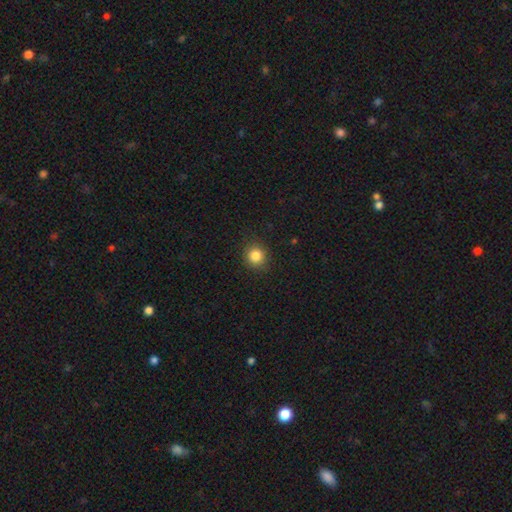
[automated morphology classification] The model was most divided on "smooth or featured": smooth: 84%, star or artifact: 11%, featured or disk: 5%. More confident: merging — none (90%); how rounded — round (90%).